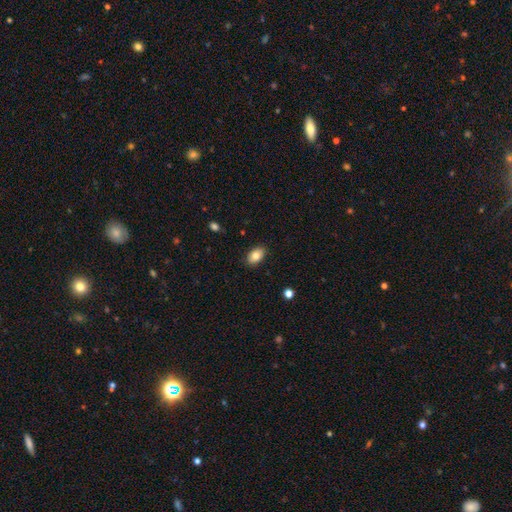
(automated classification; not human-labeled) smooth 82%, featured or disk 11%, star or artifact 8%. Down the decision tree: how rounded — in between (91%); merging — none (88%).